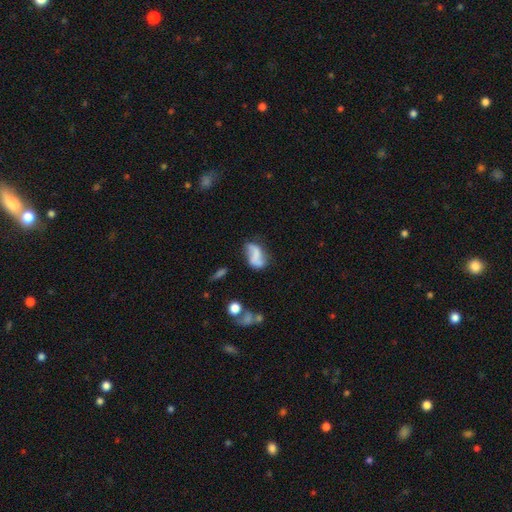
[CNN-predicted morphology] This is possibly a smooth galaxy (45%, tied with featured or disk). Merging: possibly none (45%).